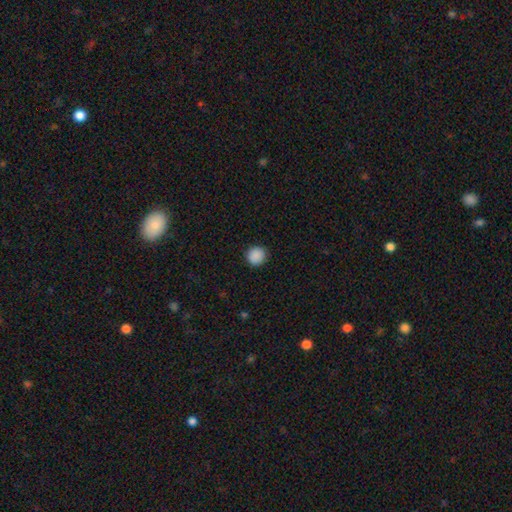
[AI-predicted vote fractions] Q: Smooth or featured?
A: smooth (89%); runner-up: star or artifact (9%)
Q: How rounded?
A: round (93%); runner-up: in between (6%)
Q: Merging?
A: none (91%); runner-up: minor disturbance (6%)